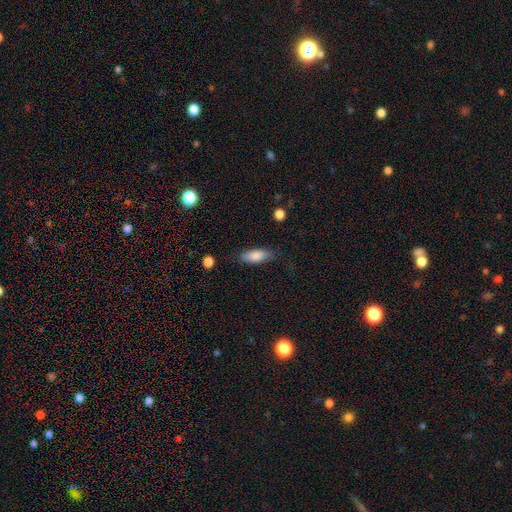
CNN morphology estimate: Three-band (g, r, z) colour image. It shows a smooth galaxy with no disk features (84%) that is in between round and cigar-shaped (73%). Merging: none (78%).